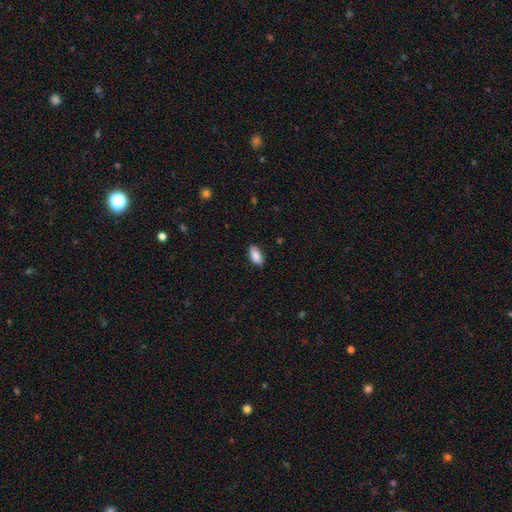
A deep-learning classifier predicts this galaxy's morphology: A smooth galaxy with no disk features (89%) that is in between round and cigar-shaped (90%). Merging: none (85%).